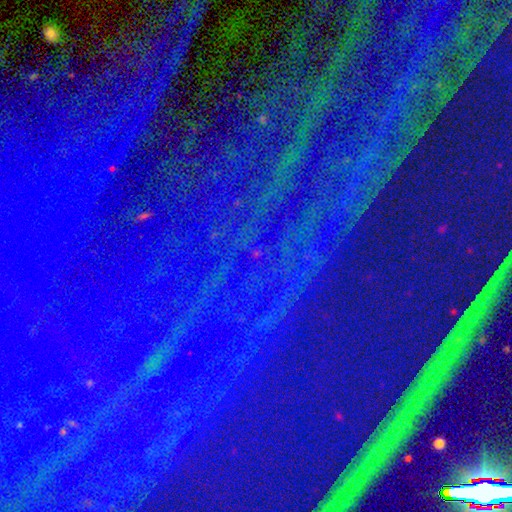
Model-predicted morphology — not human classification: type=star or artifact (88%).